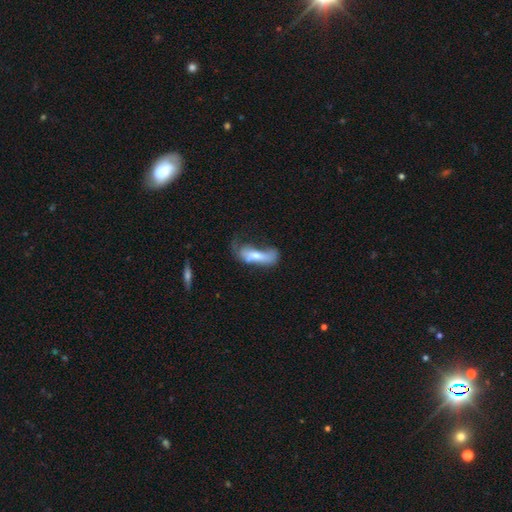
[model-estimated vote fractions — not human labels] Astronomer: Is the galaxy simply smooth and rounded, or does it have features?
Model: smooth — 52% (runner-up: featured or disk, 40%).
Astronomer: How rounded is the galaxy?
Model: in between — 53% (runner-up: cigar-shaped, 45%).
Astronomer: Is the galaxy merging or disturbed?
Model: major disturbance — 42% (runner-up: minor disturbance, 27%).